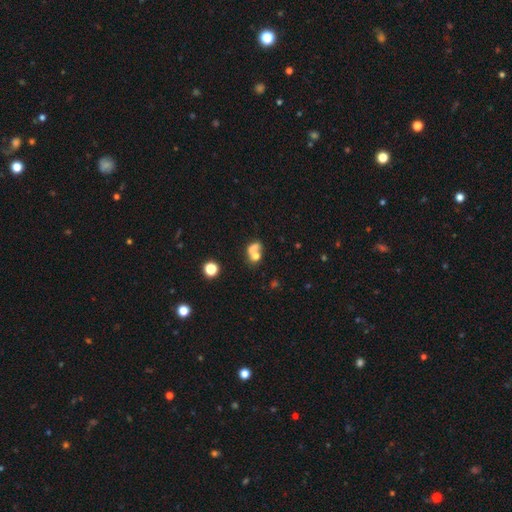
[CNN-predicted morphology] This appears to be a smooth galaxy with no disk features (63%) that is in between round and cigar-shaped (50%). Merging: merger (58%).